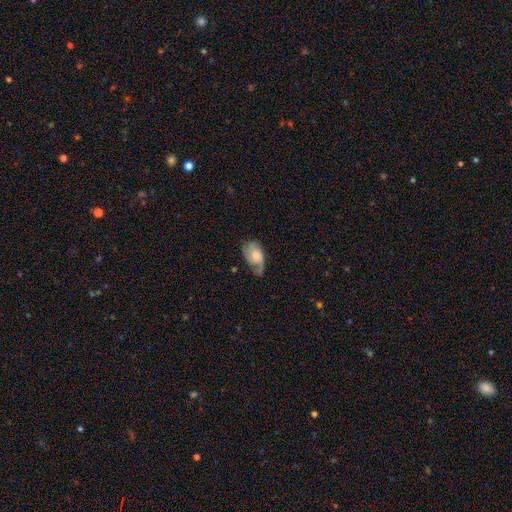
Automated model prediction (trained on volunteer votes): Overall: featured or disk (58%; smooth 34%). Edge-on disk: no (96%). Bar: no (69%). Spiral arms: yes (89%). Spiral arm count: 2 (54%; can't tell 17%). Spiral winding: medium (44%; tight 34%). Bulge size: moderate (40%; small 23%). Merging: none (48%; minor disturbance 33%).